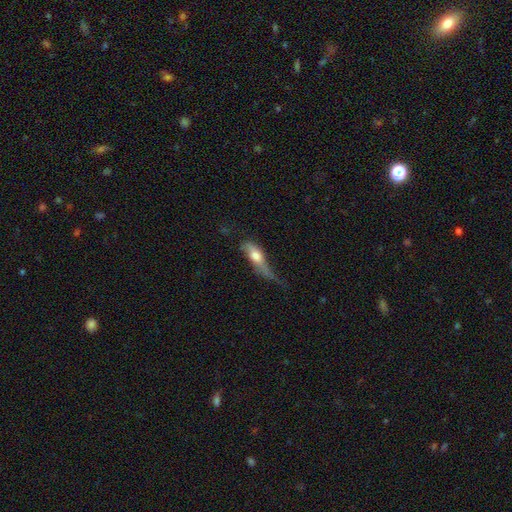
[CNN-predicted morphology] A smooth galaxy with no disk features (59%) that is in between round and cigar-shaped (54%). Merging: major disturbance (42%).